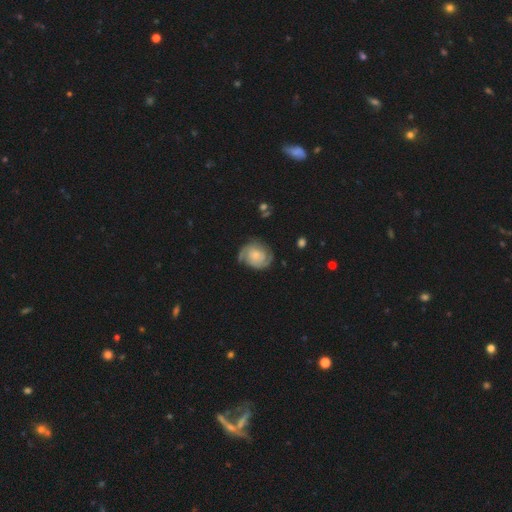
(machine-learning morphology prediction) A featured or disk galaxy (77%) with no bar (74%), 2 (77%) tight (51%) spiral arms (94%) and a small central bulge (54%).

Vote fractions:
- Smooth or featured? featured or disk: 77% / smooth: 17% / star or artifact: 6%
- Edge-on disk? no: 98% / yes: 2%
- Bar? no: 74% / weak: 21% / strong: 4%
- Spiral arms? yes: 94% / no: 6%
- Spiral winding? tight: 51% / medium: 36% / loose: 13%
- Spiral arm count? 2: 77% / can't tell: 11% / 3: 6% / 1: 3% / 4: 2% / more than 4: 2%
- Bulge size? small: 54% / moderate: 30% / none: 8% / large: 6% / dominant: 2%
- Merging? none: 69% / minor disturbance: 20% / major disturbance: 9% / merger: 2%